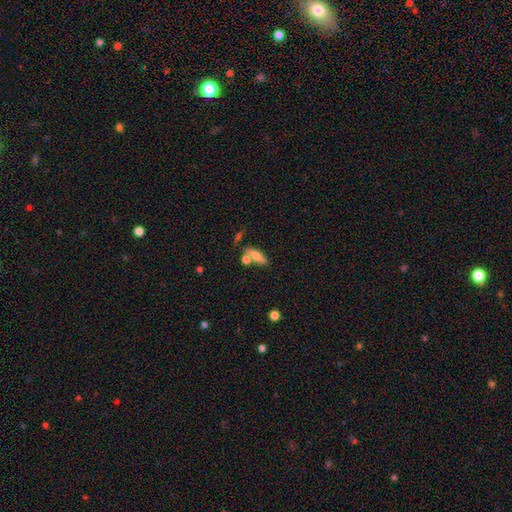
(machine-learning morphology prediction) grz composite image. It shows a smooth galaxy with no disk features (63%) that is cigar-shaped (49%). Merging: none (57%).